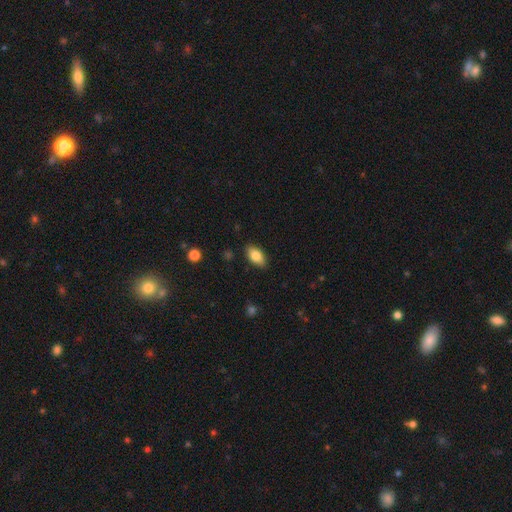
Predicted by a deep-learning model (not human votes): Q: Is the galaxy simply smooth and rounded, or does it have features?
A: smooth — 81%.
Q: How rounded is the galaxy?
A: in between — 90%.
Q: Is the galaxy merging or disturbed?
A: none — 87%.